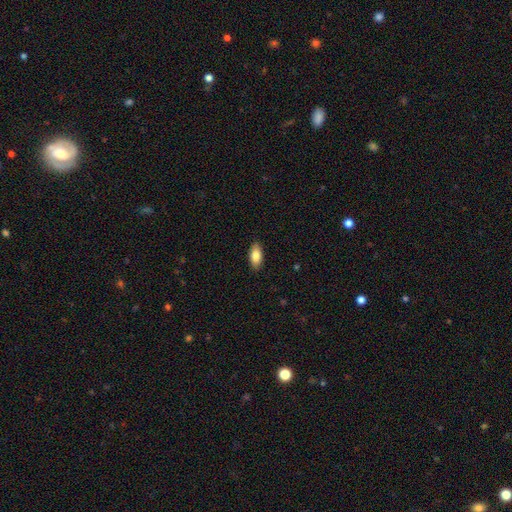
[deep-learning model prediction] Smooth or featured?
  - smooth: 84% *
  - featured or disk: 9%
  - star or artifact: 6%
How rounded?
  - in between: 89% *
  - cigar-shaped: 8%
  - round: 2%
Merging?
  - none: 89% *
  - minor disturbance: 8%
  - major disturbance: 2%
  - merger: 1%